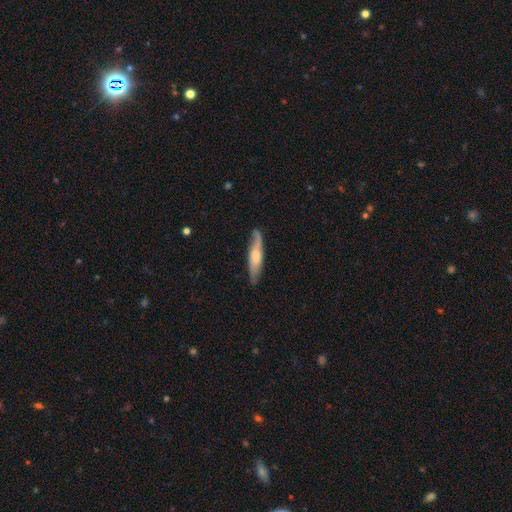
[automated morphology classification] A featured or disk galaxy (51%) viewed edge-on (66%).

Vote fractions:
- Smooth or featured? featured or disk: 51% / smooth: 43% / star or artifact: 5%
- Edge-on disk? yes: 66% / no: 34%
- Merging? none: 78% / minor disturbance: 17% / major disturbance: 4% / merger: 2%